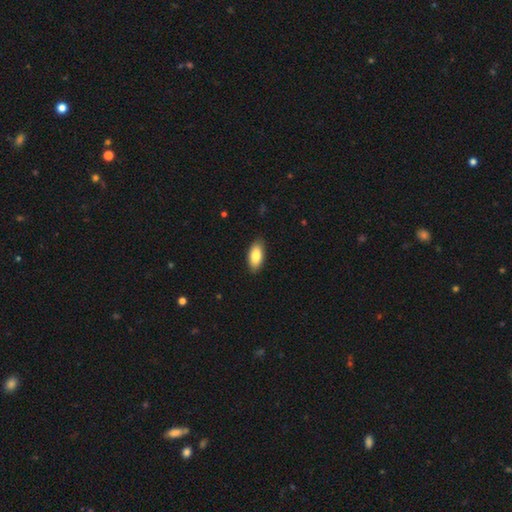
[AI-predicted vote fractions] smooth-or-featured: smooth: 85% | featured or disk: 9% | star or artifact: 6%
  how-rounded: in between: 89% | cigar-shaped: 9% | round: 2%
  merging: none: 87% | minor disturbance: 10% | major disturbance: 2% | merger: 1%